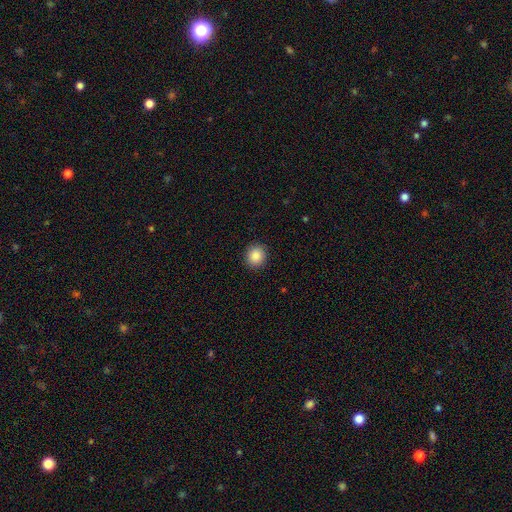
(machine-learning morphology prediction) smooth-or-featured: smooth: 88% | star or artifact: 9% | featured or disk: 4%
  how-rounded: round: 87% | in between: 12% | cigar-shaped: 1%
  merging: none: 91% | minor disturbance: 6% | major disturbance: 2% | merger: 1%